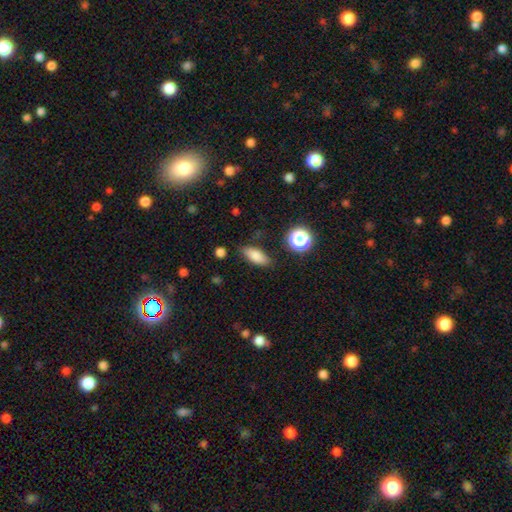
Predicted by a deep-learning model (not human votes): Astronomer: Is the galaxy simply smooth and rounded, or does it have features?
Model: smooth — 80%.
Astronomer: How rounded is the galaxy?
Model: in between — 75%.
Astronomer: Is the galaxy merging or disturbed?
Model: none — 80%.